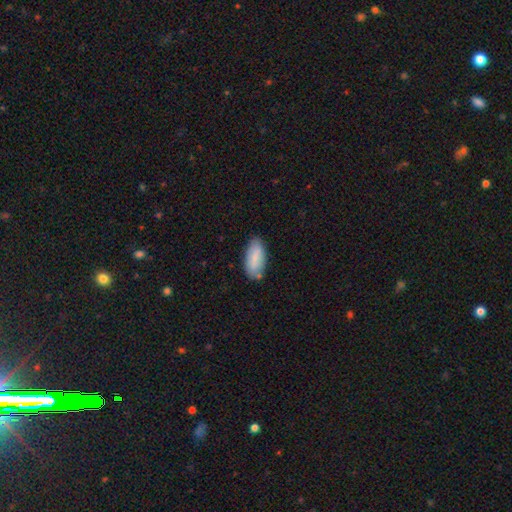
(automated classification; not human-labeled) This is likely a smooth galaxy (80%). How rounded: clearly in between (88%). Merging: likely none (75%).